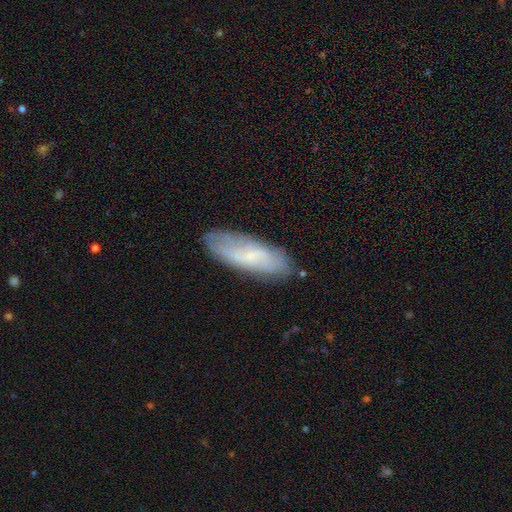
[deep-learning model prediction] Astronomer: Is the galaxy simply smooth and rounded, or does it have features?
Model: smooth — 54% (runner-up: featured or disk, 38%).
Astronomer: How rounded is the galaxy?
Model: in between — 55% (runner-up: cigar-shaped, 43%).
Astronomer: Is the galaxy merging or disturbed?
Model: none — 77%.